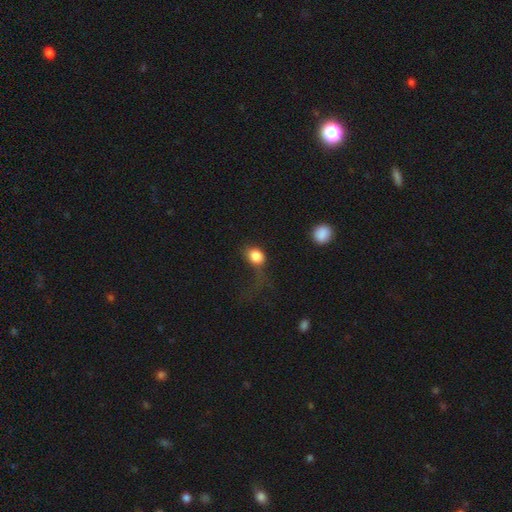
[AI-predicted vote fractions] This appears to be a smooth galaxy with no disk features (83%) that is in between round and cigar-shaped (53%). Merging: major disturbance (42%).